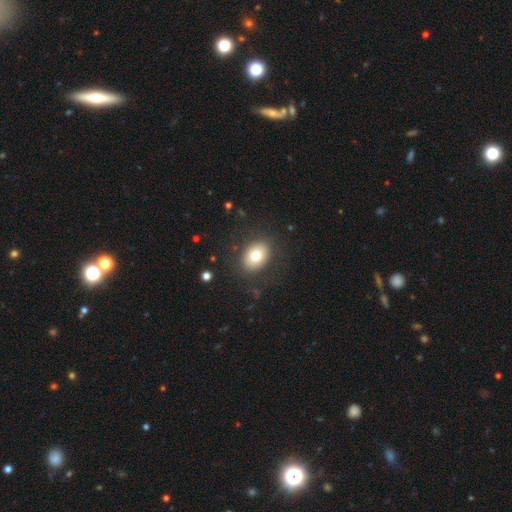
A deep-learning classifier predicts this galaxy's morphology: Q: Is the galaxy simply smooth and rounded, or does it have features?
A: smooth — 76%.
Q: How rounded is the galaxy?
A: in between — 64%.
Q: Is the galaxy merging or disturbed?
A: none — 84%.